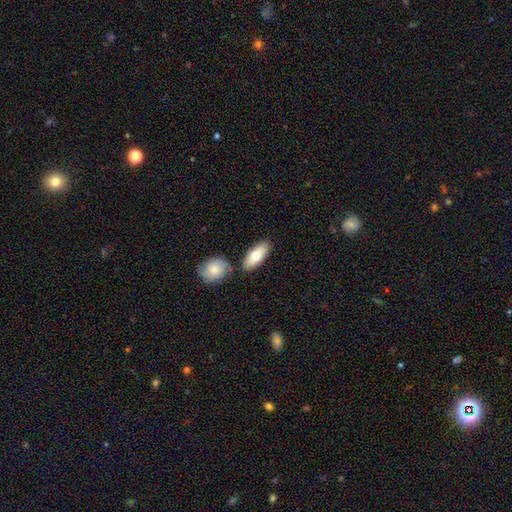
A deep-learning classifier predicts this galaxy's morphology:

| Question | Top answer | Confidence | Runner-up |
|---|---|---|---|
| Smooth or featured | smooth | 75% | featured or disk (19%) |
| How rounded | in between | 84% | cigar-shaped (14%) |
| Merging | none | 76% | minor disturbance (11%) |